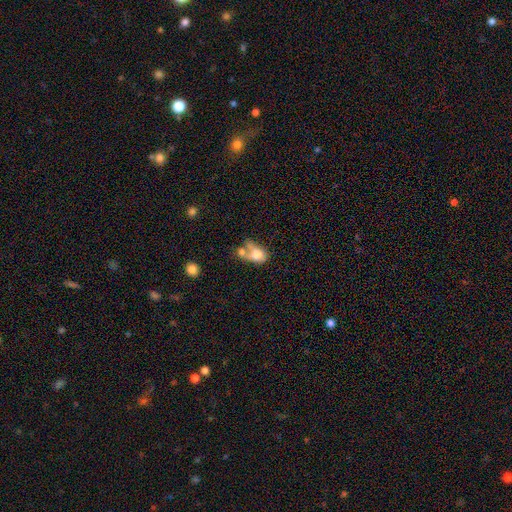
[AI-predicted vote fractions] smooth_or_featured: smooth (p=0.66) [alt: featured or disk p=0.24]
how_rounded: in between (p=0.71) [alt: round p=0.27]
merging: merger (p=0.60) [alt: none p=0.15]